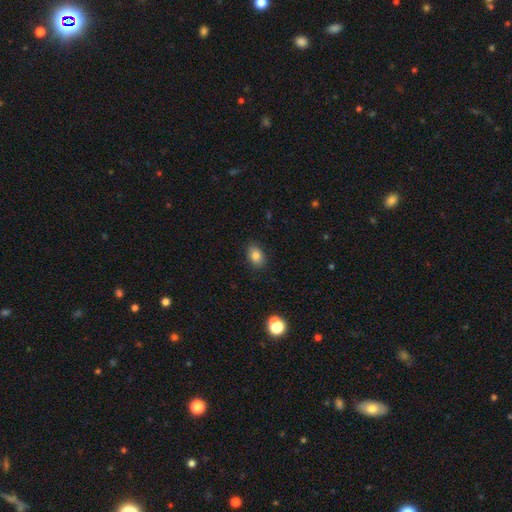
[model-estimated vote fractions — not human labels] Smooth or featured? smooth (83%)
How rounded? in between (80%)
Merging? none (85%)